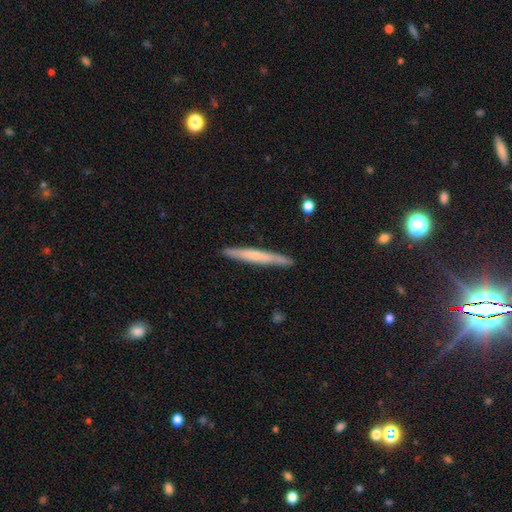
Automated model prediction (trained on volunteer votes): Smooth or featured? smooth (49%)
Merging? none (88%)